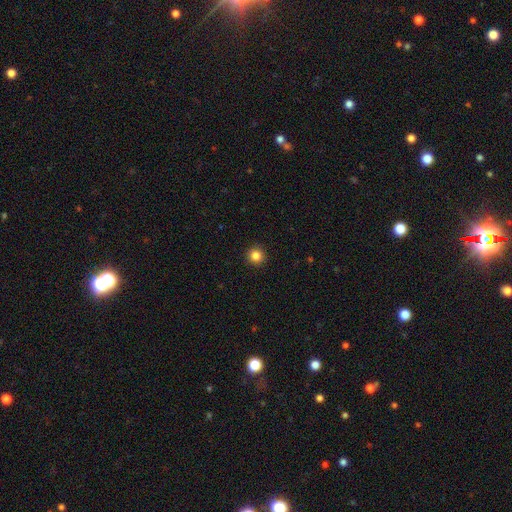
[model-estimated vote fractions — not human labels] A smooth galaxy with no disk features (84%) that is round (96%).

Vote fractions:
- Smooth or featured? smooth: 84% / star or artifact: 12% / featured or disk: 4%
- How rounded? round: 96% / in between: 3% / cigar-shaped: 1%
- Merging? none: 93% / minor disturbance: 4% / major disturbance: 1% / merger: 1%